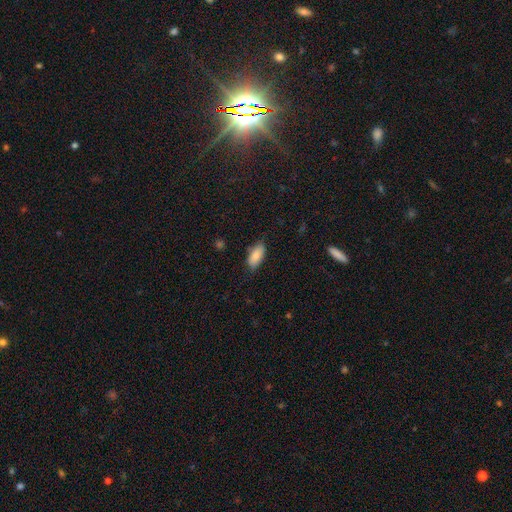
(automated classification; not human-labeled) Q: Smooth or featured?
A: smooth (87%); runner-up: featured or disk (7%)
Q: How rounded?
A: in between (88%); runner-up: cigar-shaped (10%)
Q: Merging?
A: none (77%); runner-up: minor disturbance (18%)